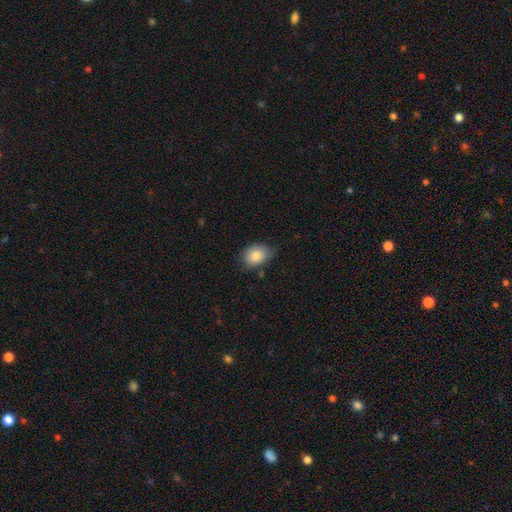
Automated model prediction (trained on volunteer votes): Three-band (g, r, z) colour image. It shows a smooth galaxy with no disk features (81%) that is in between round and cigar-shaped (71%). Merging: none (67%).